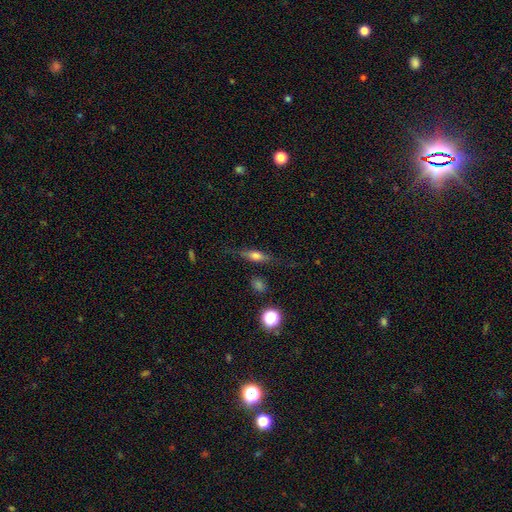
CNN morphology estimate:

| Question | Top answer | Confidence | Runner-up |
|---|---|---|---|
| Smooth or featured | smooth | 53% | featured or disk (37%) |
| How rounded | cigar-shaped | 50% | in between (43%) |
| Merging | none | 74% | minor disturbance (17%) |